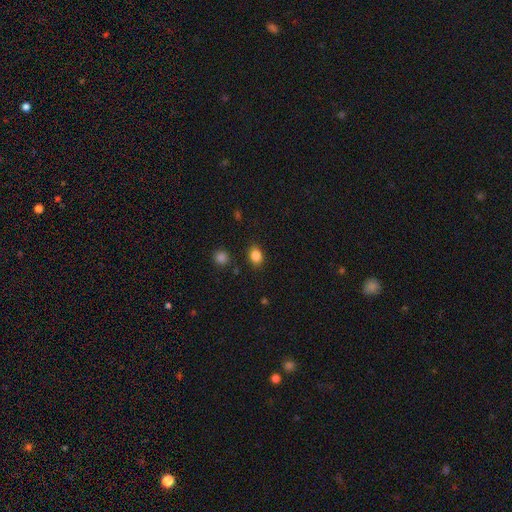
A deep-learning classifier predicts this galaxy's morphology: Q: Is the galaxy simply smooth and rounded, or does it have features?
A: smooth — 86%.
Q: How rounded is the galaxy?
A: in between — 58%.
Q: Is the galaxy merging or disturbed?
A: none — 85%.